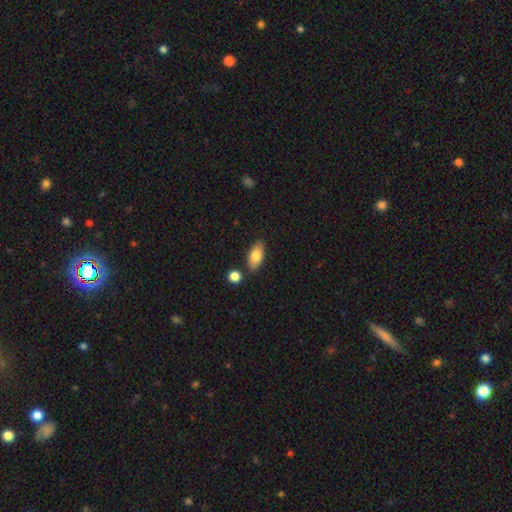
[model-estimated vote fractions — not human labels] The model was most divided on "smooth or featured": smooth: 80%, featured or disk: 13%, star or artifact: 7%. More confident: how rounded — in between (87%); merging — none (79%).